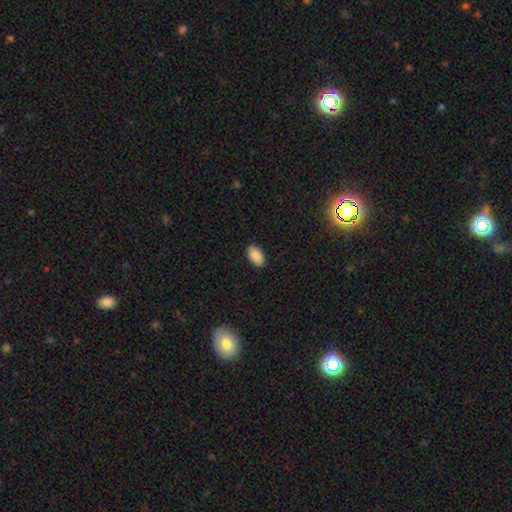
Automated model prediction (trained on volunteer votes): Smooth or featured?
  - smooth: 90% *
  - star or artifact: 7%
  - featured or disk: 3%
How rounded?
  - in between: 94% *
  - round: 3%
  - cigar-shaped: 2%
Merging?
  - none: 89% *
  - minor disturbance: 8%
  - major disturbance: 2%
  - merger: 1%